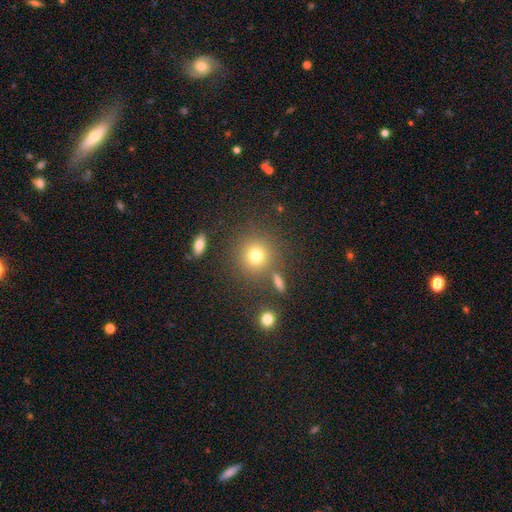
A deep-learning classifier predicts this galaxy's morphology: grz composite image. It shows a smooth galaxy with no disk features (77%) that is round (89%). Merging: none (80%).